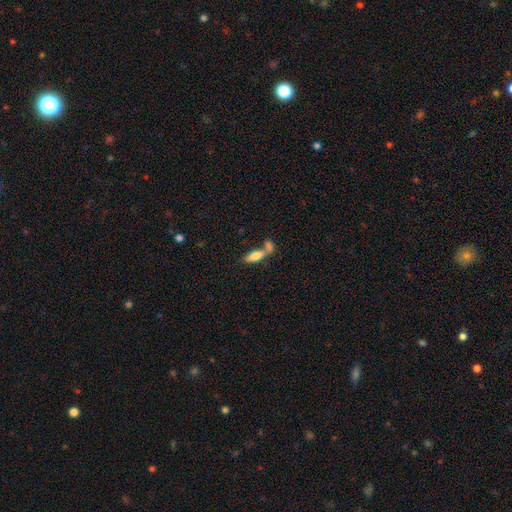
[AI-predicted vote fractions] Smooth or featured: smooth — 75% (featured or disk — 18%)
How rounded: in between — 71% (cigar-shaped — 27%)
Merging: merger — 51% (none — 35%)